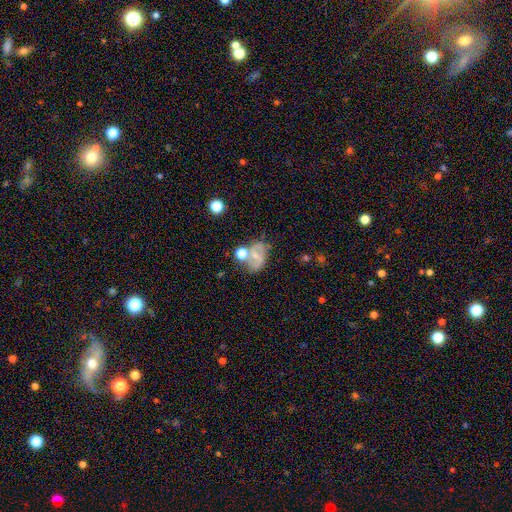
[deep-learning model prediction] smooth-or-featured: featured or disk: 45% | smooth: 41% | star or artifact: 14%
  merging: none: 41% | merger: 23% | minor disturbance: 20% | major disturbance: 15%